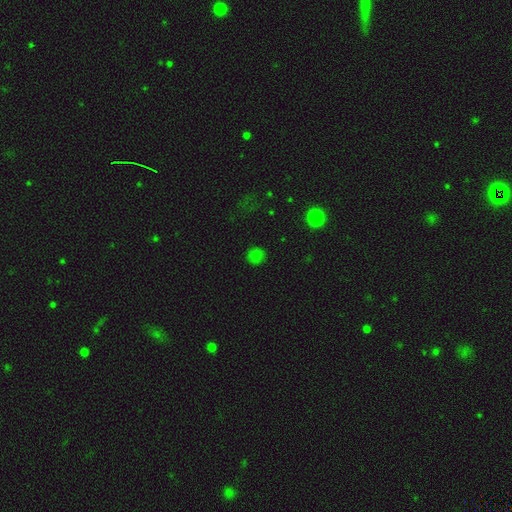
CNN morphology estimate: smooth_or_featured: smooth (p=0.78) [alt: star or artifact p=0.16]
how_rounded: round (p=0.92) [alt: in between p=0.07]
merging: none (p=0.88) [alt: minor disturbance p=0.08]